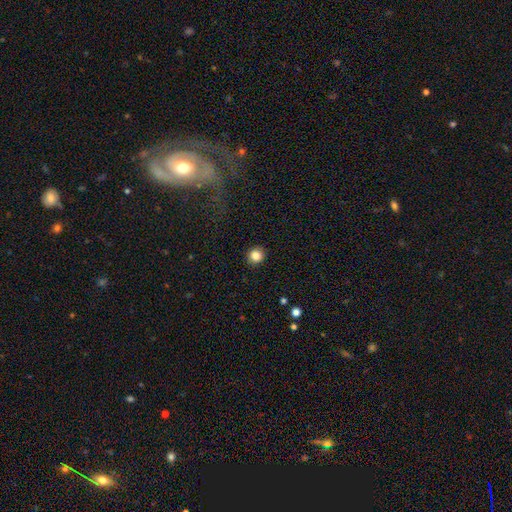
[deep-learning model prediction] This appears to be a smooth galaxy with no disk features (84%) that is round (92%). Merging: none (91%).